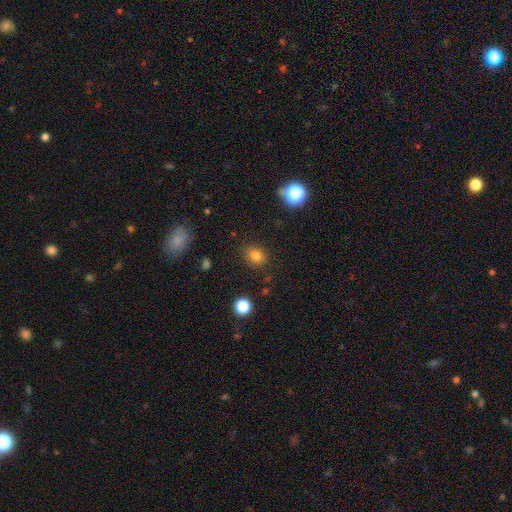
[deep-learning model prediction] Smooth or featured? smooth (80%)
How rounded? round (61%)
Merging? none (86%)